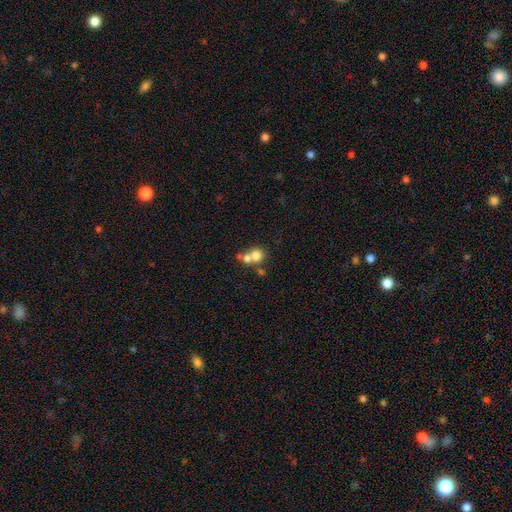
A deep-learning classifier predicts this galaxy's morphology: This appears to be a smooth galaxy with no disk features (71%) that is round (85%). Merging: merger (53%).